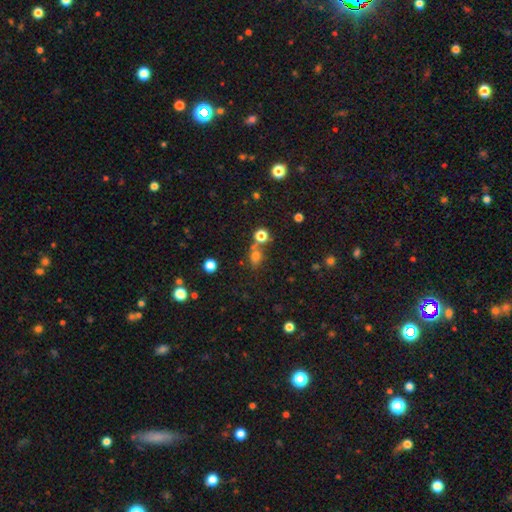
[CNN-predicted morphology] smooth 69%, star or artifact 20%, featured or disk 11%. Down the decision tree: how rounded — in between (50%); merging — none (57%).